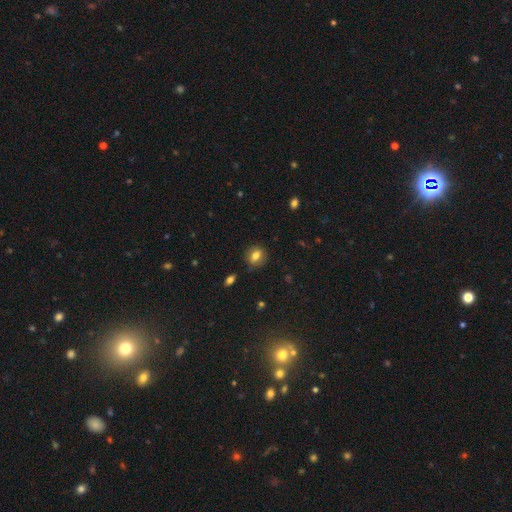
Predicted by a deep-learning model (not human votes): This appears to be a smooth galaxy with no disk features (76%) that is in between round and cigar-shaped (49%). Merging: none (80%).